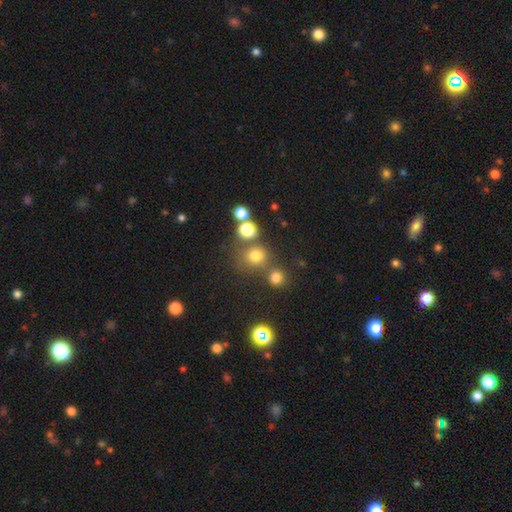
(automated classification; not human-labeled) Q: Smooth or featured?
A: smooth (71%); runner-up: star or artifact (21%)
Q: How rounded?
A: round (85%); runner-up: in between (14%)
Q: Merging?
A: none (63%); runner-up: merger (22%)